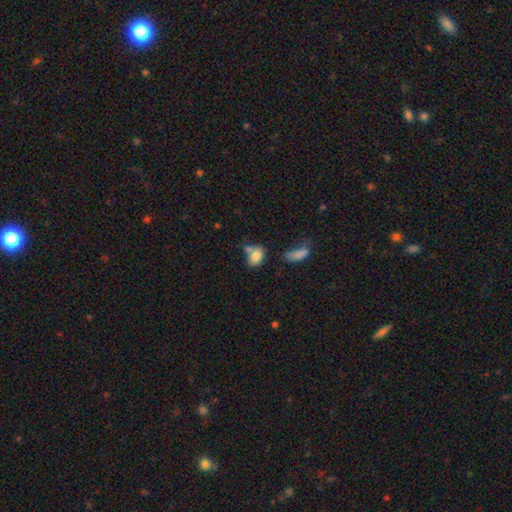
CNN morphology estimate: This is clearly a smooth galaxy (80%). How rounded: likely in between (77%). Merging: possibly none (47%).